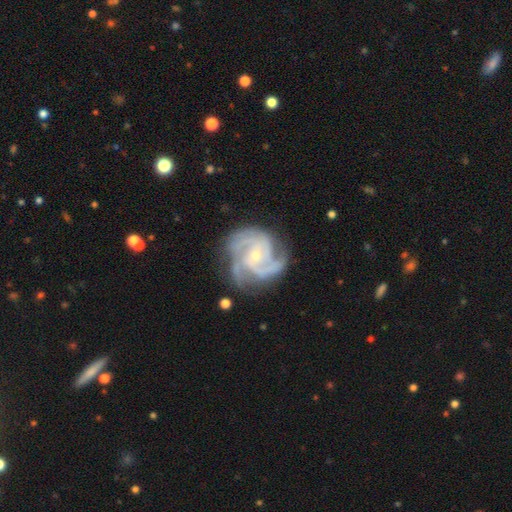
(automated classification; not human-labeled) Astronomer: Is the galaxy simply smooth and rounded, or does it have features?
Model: featured or disk — 92%.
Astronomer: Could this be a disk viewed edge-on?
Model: no — 98%.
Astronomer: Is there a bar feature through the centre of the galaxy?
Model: no — 66%.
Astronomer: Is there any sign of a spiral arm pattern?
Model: yes — 98%.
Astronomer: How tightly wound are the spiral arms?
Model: tight — 52% (runner-up: medium, 42%).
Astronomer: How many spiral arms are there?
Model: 3 — 54%.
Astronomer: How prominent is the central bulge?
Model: small — 72%.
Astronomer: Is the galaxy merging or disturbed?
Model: none — 72%.